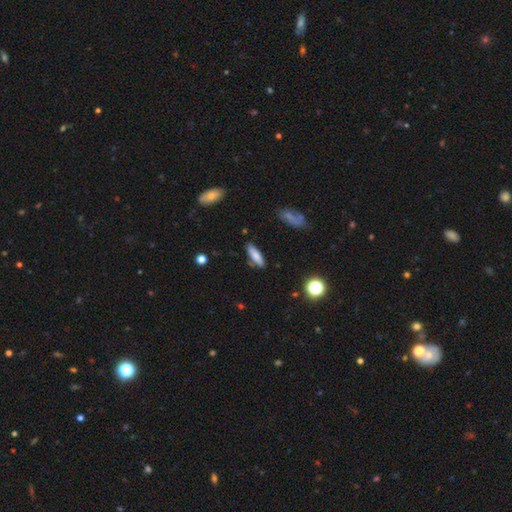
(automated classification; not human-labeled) Smooth or featured: smooth — 76% (featured or disk — 16%)
How rounded: cigar-shaped — 57% (in between — 41%)
Merging: none — 81% (minor disturbance — 13%)